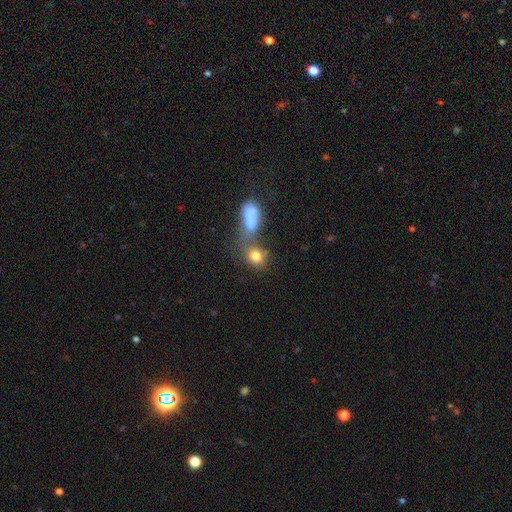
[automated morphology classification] The model was most divided on "merging" (2-way tie): none: 41%, merger: 41%, minor disturbance: 10%, major disturbance: 8%. More confident: smooth or featured — smooth (77%); how rounded — round (56%).